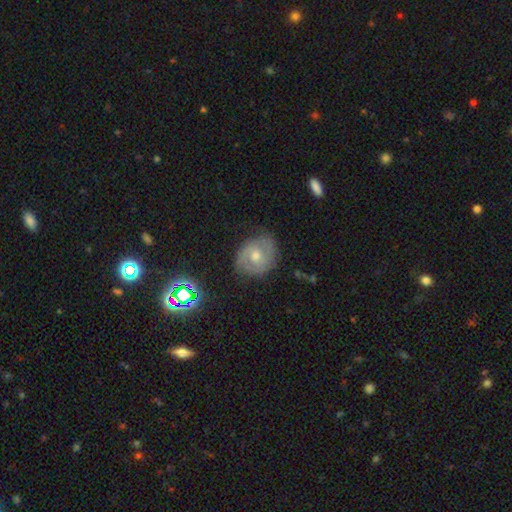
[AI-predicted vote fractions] Q: Smooth or featured?
A: featured or disk (57%); runner-up: smooth (30%)
Q: Edge-on disk?
A: no (96%); runner-up: yes (4%)
Q: Bar?
A: no (65%); runner-up: weak (29%)
Q: Spiral arms?
A: yes (79%); runner-up: no (21%)
Q: Bulge size?
A: moderate (66%); runner-up: small (28%)
Q: Merging?
A: none (74%); runner-up: minor disturbance (19%)